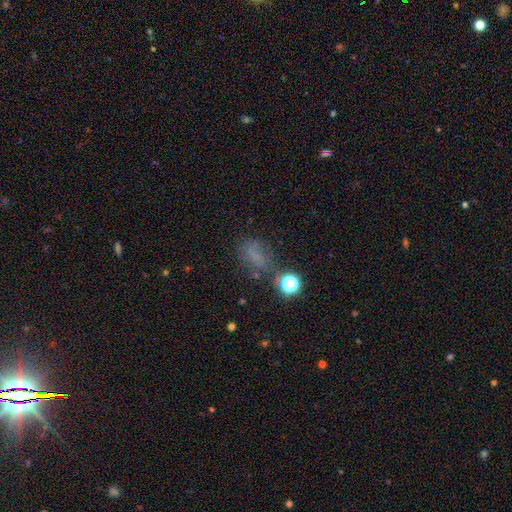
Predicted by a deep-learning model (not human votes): smooth 58%, star or artifact 30%, featured or disk 13%. Down the decision tree: how rounded — in between (64%); merging — none (55%).